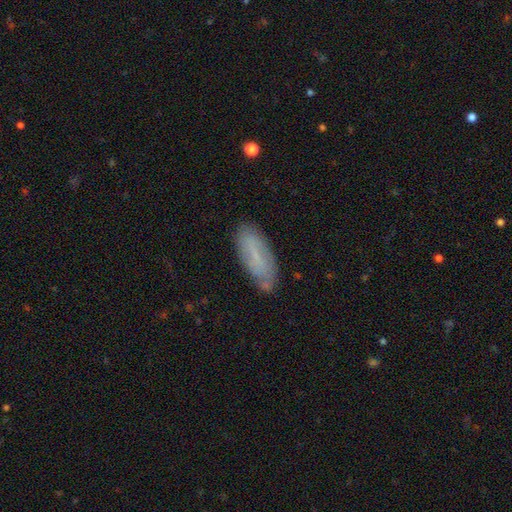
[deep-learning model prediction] A smooth galaxy with no disk features (55%) that is in between round and cigar-shaped (65%). Merging: none (74%).